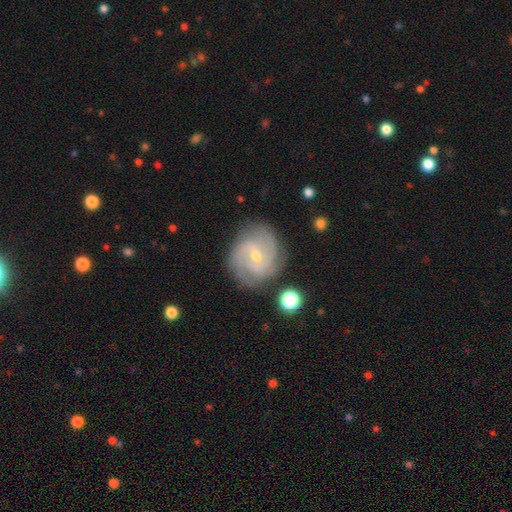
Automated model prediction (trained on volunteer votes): Smooth or featured?
  - featured or disk: 84% *
  - smooth: 10%
  - star or artifact: 6%
Edge-on disk?
  - no: 97% *
  - yes: 3%
Bar?
  - no: 47% *
  - weak: 44%
  - strong: 9%
Spiral arms?
  - yes: 96% *
  - no: 4%
Spiral winding?
  - tight: 59% *
  - medium: 33%
  - loose: 7%
Spiral arm count?
  - 2: 32% *
  - 3: 30%
  - can't tell: 21%
  - 4: 8%
  - 1: 4%
  - more than 4: 4%
Bulge size?
  - small: 58% *
  - moderate: 40%
  - large: 1%
  - none: 1%
  - dominant: 1%
Merging?
  - none: 77% *
  - minor disturbance: 16%
  - major disturbance: 5%
  - merger: 2%